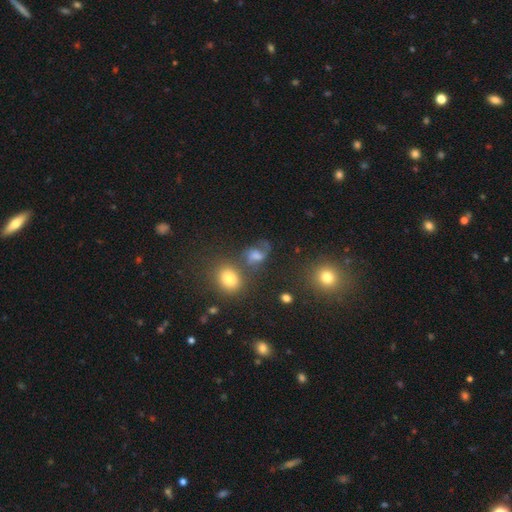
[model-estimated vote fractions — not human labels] smooth_or_featured: featured or disk (p=0.41) [tied with: smooth p=0.41]
merging: none (p=0.48) [alt: minor disturbance p=0.19]